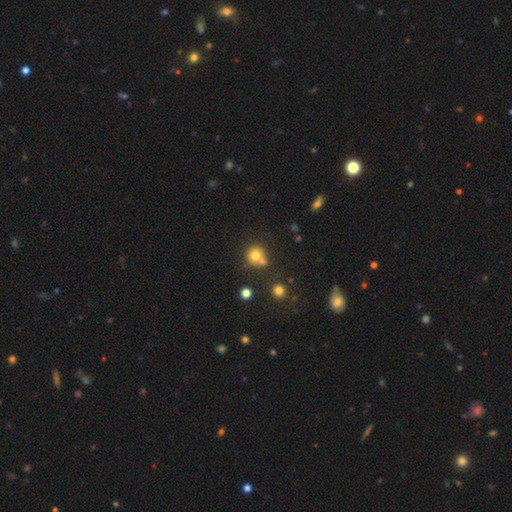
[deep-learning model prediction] The model was most divided on "merging": none: 54%, merger: 30%, minor disturbance: 11%, major disturbance: 4%. More confident: how rounded — round (87%); smooth or featured — smooth (75%).